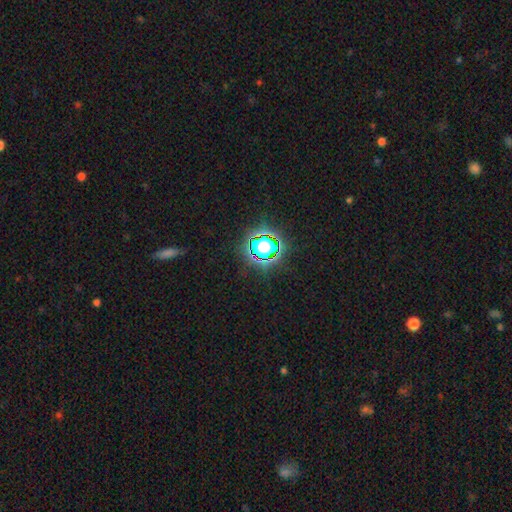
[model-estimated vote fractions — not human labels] The model was most divided on "smooth or featured": star or artifact: 76%, smooth: 16%, featured or disk: 8%.